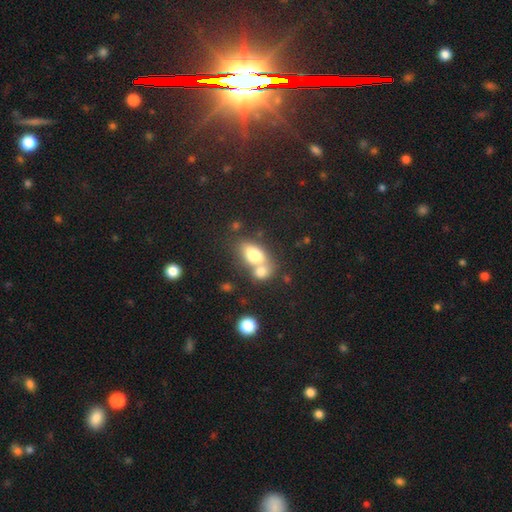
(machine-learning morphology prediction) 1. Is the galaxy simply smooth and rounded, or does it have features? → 75% smooth, 16% featured or disk, 9% star or artifact.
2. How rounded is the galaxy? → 80% in between, 16% round, 4% cigar-shaped.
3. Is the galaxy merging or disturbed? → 56% merger, 30% none, 9% minor disturbance, 5% major disturbance.